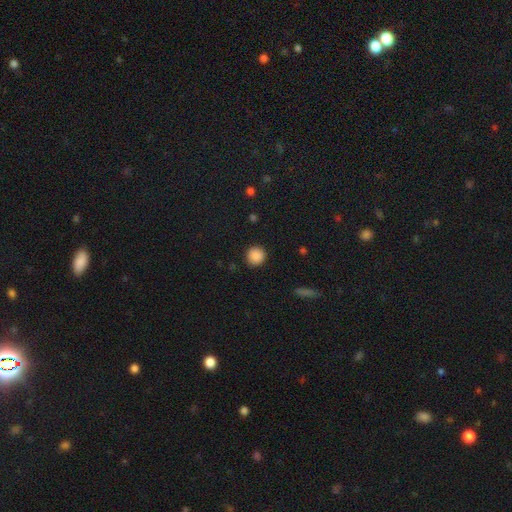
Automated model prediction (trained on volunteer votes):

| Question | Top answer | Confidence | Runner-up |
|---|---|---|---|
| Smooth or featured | smooth | 88% | star or artifact (9%) |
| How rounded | round | 92% | in between (7%) |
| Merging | none | 90% | minor disturbance (7%) |